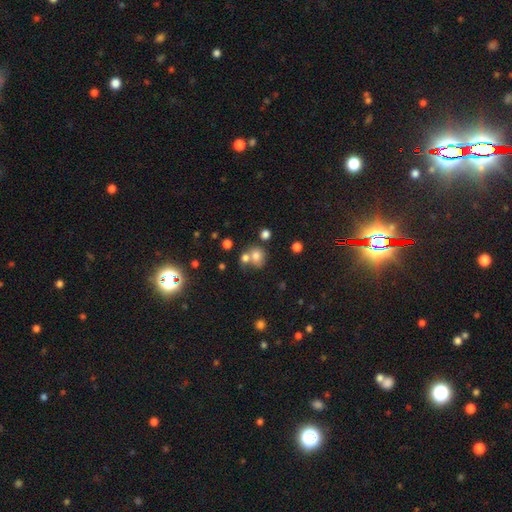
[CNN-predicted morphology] This appears to be a smooth galaxy with no disk features (73%) that is round (72%). Merging: none (45%).